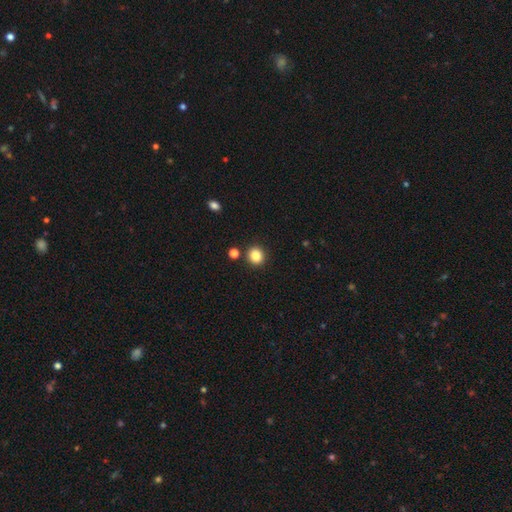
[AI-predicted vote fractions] A smooth galaxy with no disk features (86%) that is round (83%).

Vote fractions:
- Smooth or featured? smooth: 86% / star or artifact: 11% / featured or disk: 4%
- How rounded? round: 83% / in between: 16% / cigar-shaped: 1%
- Merging? none: 87% / minor disturbance: 7% / merger: 4% / major disturbance: 2%